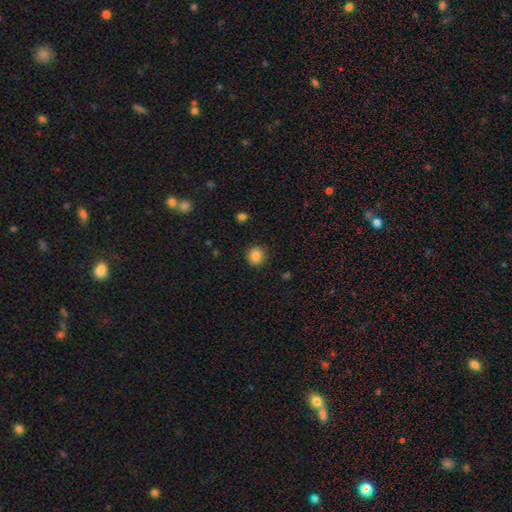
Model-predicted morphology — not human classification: Q: Smooth or featured?
A: smooth (87%); runner-up: star or artifact (10%)
Q: How rounded?
A: round (86%); runner-up: in between (13%)
Q: Merging?
A: none (89%); runner-up: minor disturbance (7%)